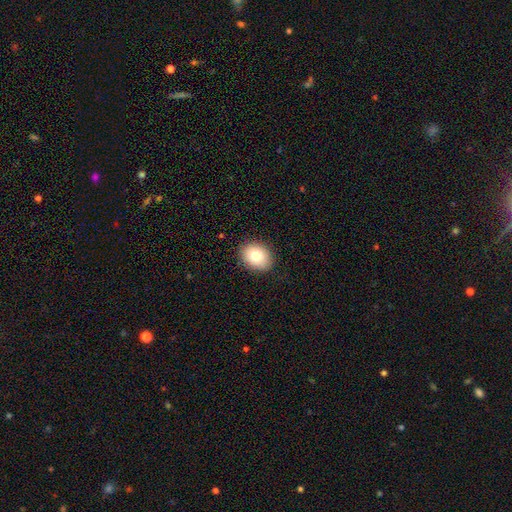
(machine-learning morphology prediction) type=smooth (79%); roundness=in between (55%); merging=none (89%).